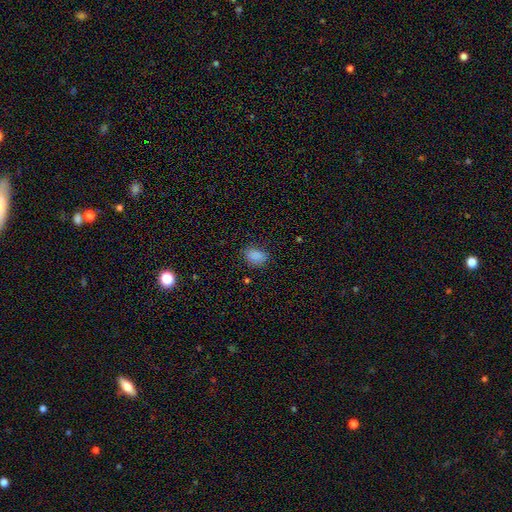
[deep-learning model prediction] Smooth or featured? Predicted: smooth (p=0.86). How rounded? Predicted: in between (p=0.76). Merging? Predicted: none (p=0.79).